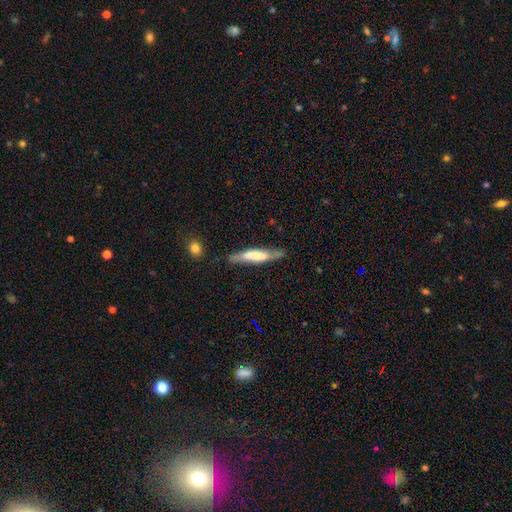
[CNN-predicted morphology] Smooth or featured? smooth (52%)
How rounded? cigar-shaped (86%)
Merging? none (73%)